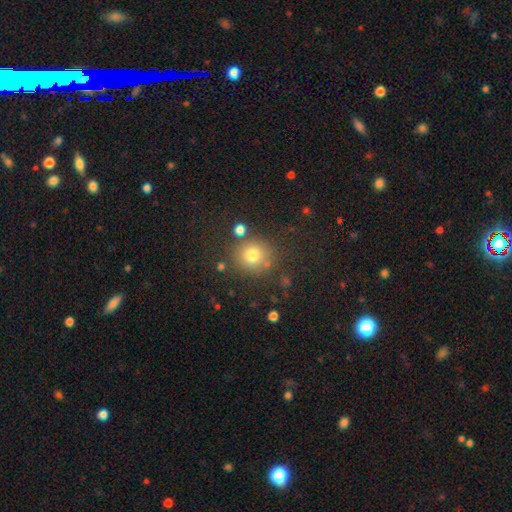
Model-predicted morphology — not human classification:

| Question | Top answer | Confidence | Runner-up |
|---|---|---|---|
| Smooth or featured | smooth | 76% | star or artifact (15%) |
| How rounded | round | 89% | in between (10%) |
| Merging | none | 78% | minor disturbance (10%) |